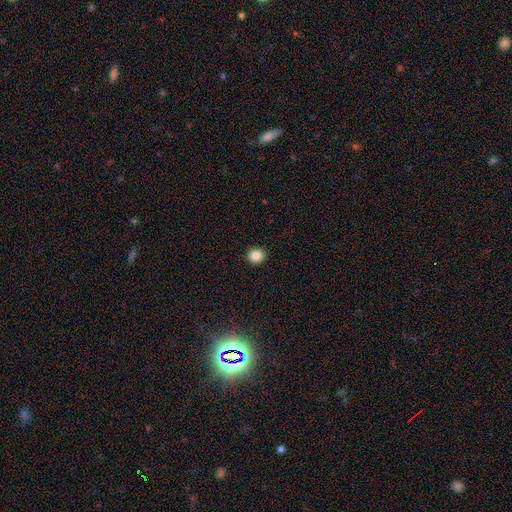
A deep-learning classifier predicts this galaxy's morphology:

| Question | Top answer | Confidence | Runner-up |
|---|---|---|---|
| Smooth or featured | smooth | 87% | star or artifact (10%) |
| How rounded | round | 81% | in between (18%) |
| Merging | none | 92% | minor disturbance (5%) |